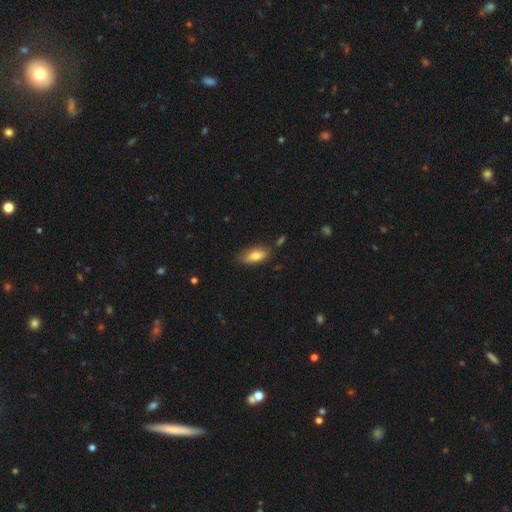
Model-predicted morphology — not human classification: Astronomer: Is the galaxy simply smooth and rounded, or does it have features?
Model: smooth — 78%.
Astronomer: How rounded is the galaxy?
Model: in between — 82%.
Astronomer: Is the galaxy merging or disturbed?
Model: none — 75%.